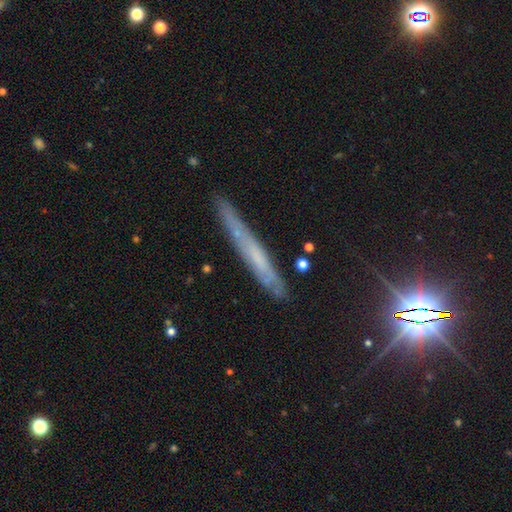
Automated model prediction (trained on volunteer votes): Smooth or featured? featured or disk (52%)
Edge-on disk? yes (85%)
Merging? none (77%)